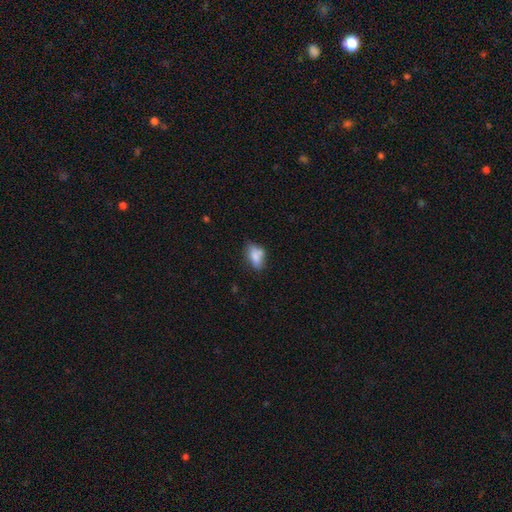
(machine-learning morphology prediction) smooth_or_featured: smooth (p=0.75) [alt: featured or disk p=0.16]
how_rounded: in between (p=0.86) [alt: round p=0.09]
merging: none (p=0.51) [alt: minor disturbance p=0.29]